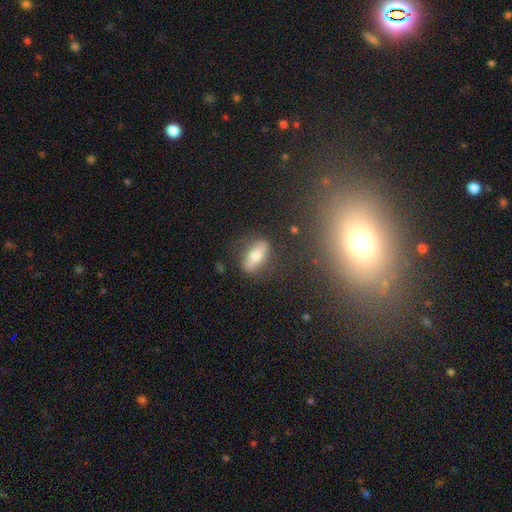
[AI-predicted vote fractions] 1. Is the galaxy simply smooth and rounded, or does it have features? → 53% smooth, 38% featured or disk, 9% star or artifact.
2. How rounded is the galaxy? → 59% in between, 35% cigar-shaped, 6% round.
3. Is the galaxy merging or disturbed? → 79% none, 13% minor disturbance, 5% major disturbance, 3% merger.